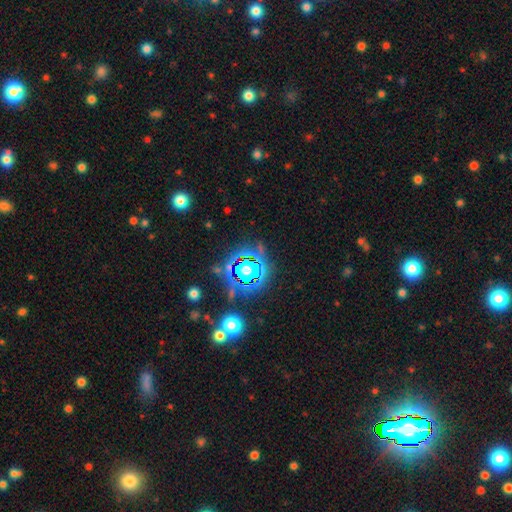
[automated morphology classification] smooth-or-featured: star or artifact: 80% | smooth: 12% | featured or disk: 9%